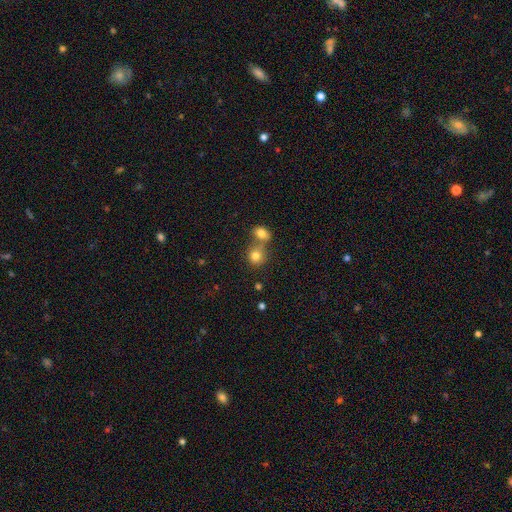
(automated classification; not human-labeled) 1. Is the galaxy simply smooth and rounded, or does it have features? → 80% smooth, 11% star or artifact, 9% featured or disk.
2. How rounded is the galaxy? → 77% round, 22% in between, 1% cigar-shaped.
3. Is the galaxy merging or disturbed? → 46% merger, 43% none, 8% minor disturbance, 3% major disturbance.